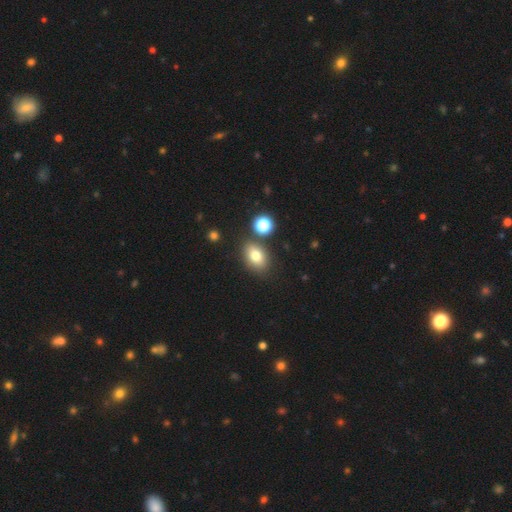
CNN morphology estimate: This appears to be a smooth galaxy with no disk features (77%) that is in between round and cigar-shaped (78%). Merging: none (78%).